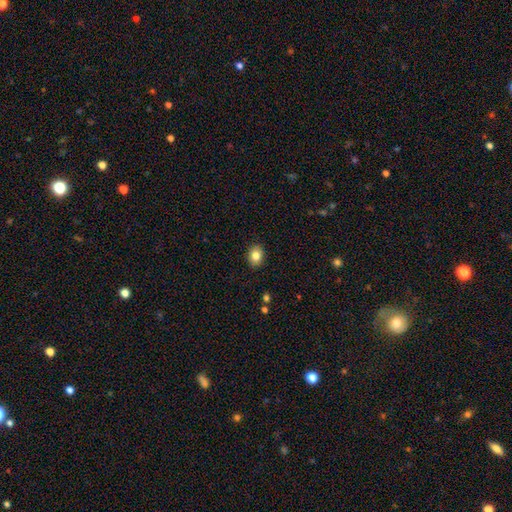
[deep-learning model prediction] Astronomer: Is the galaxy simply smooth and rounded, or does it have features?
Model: smooth — 83%.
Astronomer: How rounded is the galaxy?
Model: in between — 57% (runner-up: round, 42%).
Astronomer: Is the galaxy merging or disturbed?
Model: none — 89%.